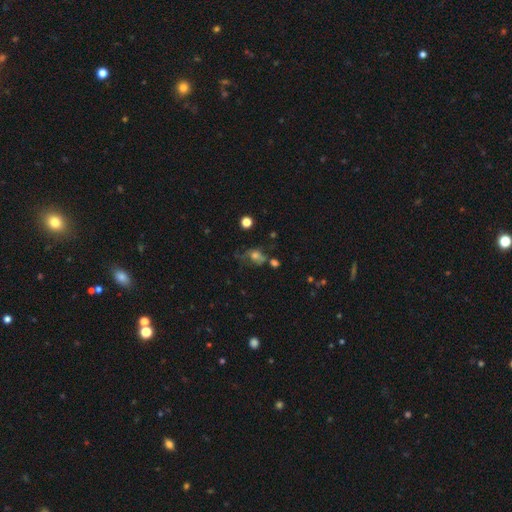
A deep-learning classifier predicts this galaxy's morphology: Q: Smooth or featured?
A: smooth (50%); runner-up: featured or disk (27%)
Q: How rounded?
A: in between (53%); runner-up: round (44%)
Q: Merging?
A: none (38%); runner-up: major disturbance (26%)